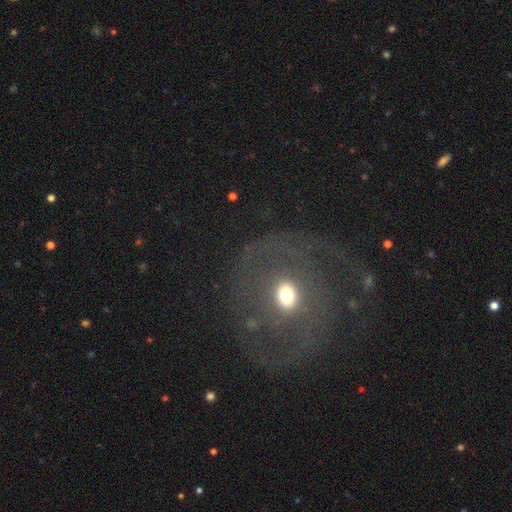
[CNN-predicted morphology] Smooth or featured?
  - featured or disk: 73% *
  - smooth: 15%
  - star or artifact: 12%
Edge-on disk?
  - no: 97% *
  - yes: 3%
Bar?
  - no: 55% *
  - weak: 33%
  - strong: 12%
Spiral arms?
  - yes: 78% *
  - no: 22%
Spiral winding?
  - tight: 42% *
  - medium: 39%
  - loose: 19%
Spiral arm count?
  - 2: 62% *
  - can't tell: 19%
  - 3: 7%
  - 1: 6%
  - 4: 3%
  - more than 4: 3%
Bulge size?
  - moderate: 65% *
  - small: 27%
  - large: 5%
  - dominant: 1%
  - none: 1%
Merging?
  - none: 71% *
  - minor disturbance: 15%
  - major disturbance: 12%
  - merger: 2%